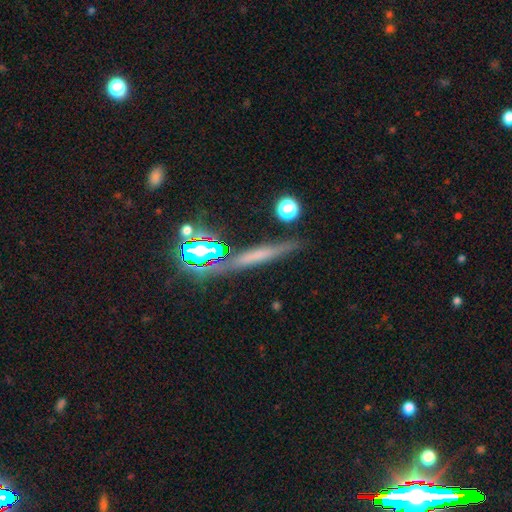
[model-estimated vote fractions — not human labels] Smooth or featured: featured or disk — 40% (tied with smooth — 40%)
Merging: none — 83% (minor disturbance — 11%)